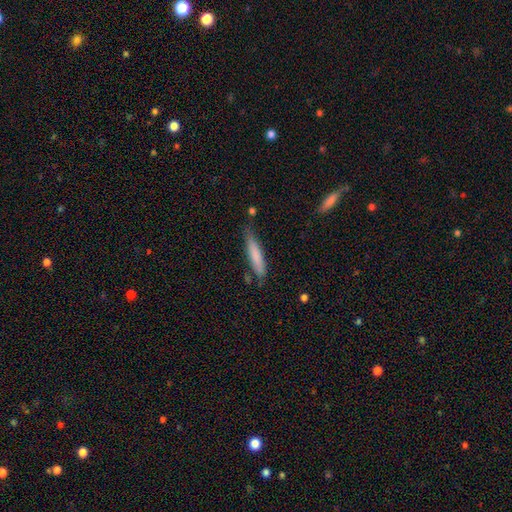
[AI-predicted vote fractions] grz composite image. It shows a smooth galaxy with no disk features (77%) that is cigar-shaped (88%). Merging: none (70%).